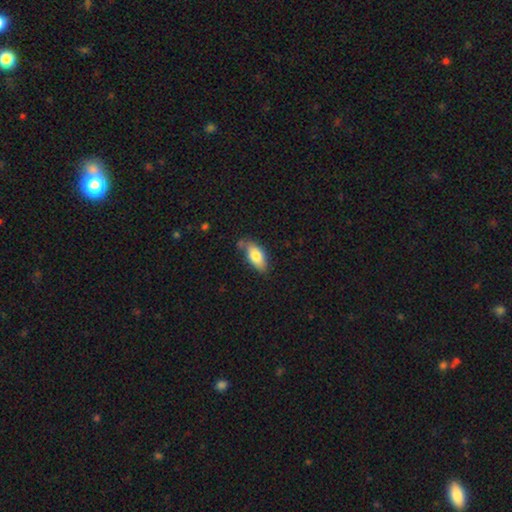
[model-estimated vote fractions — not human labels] Overall: smooth (77%). How rounded: in between (86%). Merging: none (66%).